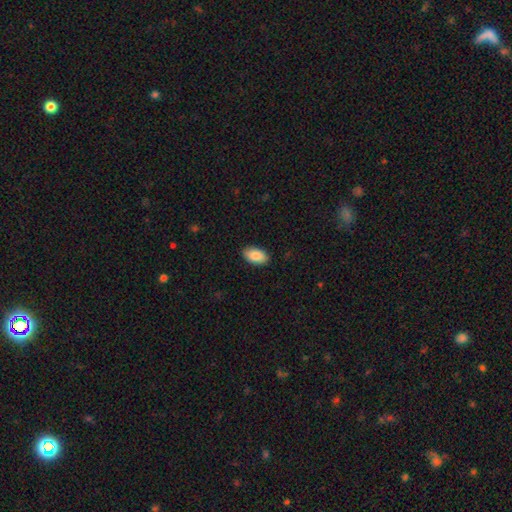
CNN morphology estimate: smooth-or-featured: smooth: 88% | star or artifact: 6% | featured or disk: 6%
  how-rounded: in between: 95% | round: 4% | cigar-shaped: 2%
  merging: none: 89% | minor disturbance: 8% | major disturbance: 2% | merger: 1%